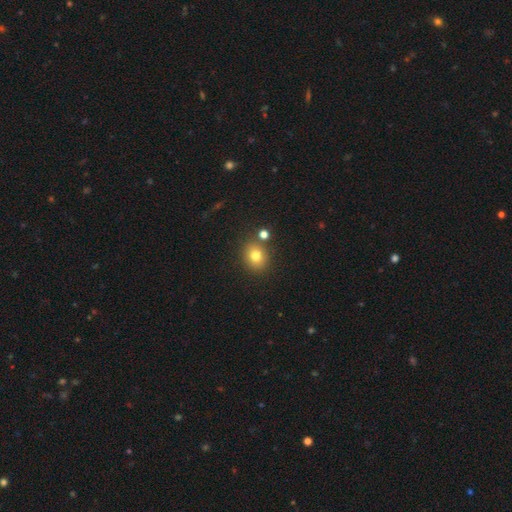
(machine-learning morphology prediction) Q: Smooth or featured?
A: smooth (78%); runner-up: star or artifact (14%)
Q: How rounded?
A: round (69%); runner-up: in between (30%)
Q: Merging?
A: none (79%); runner-up: minor disturbance (9%)